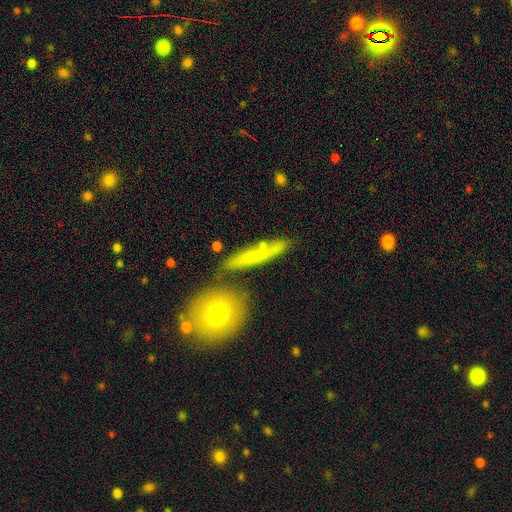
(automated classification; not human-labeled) Smooth or featured: smooth — 60% (featured or disk — 32%)
How rounded: cigar-shaped — 83% (in between — 12%)
Merging: none — 71% (minor disturbance — 15%)